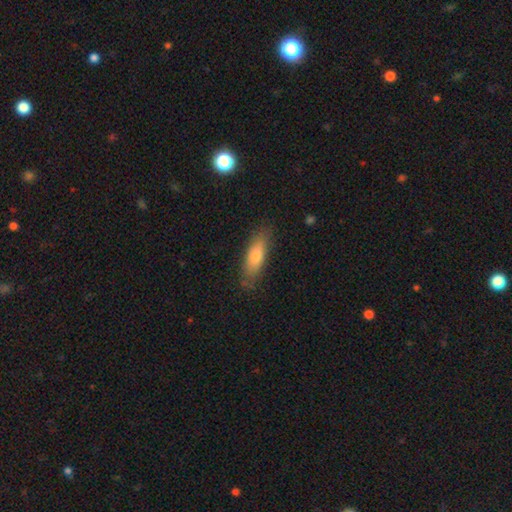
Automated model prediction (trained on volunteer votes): Smooth or featured? smooth (74%)
How rounded? in between (52%)
Merging? none (81%)